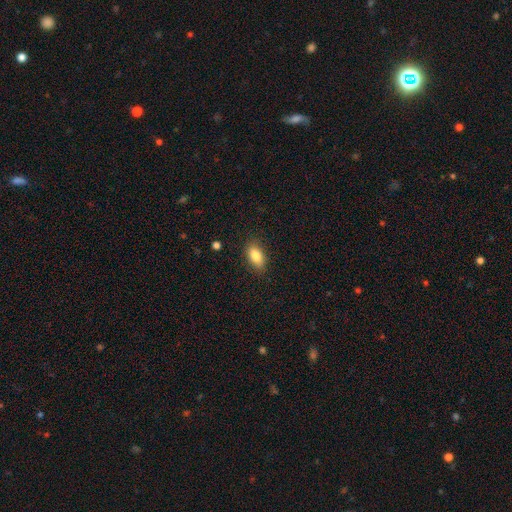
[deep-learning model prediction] The model was most divided on "merging": none: 85%, minor disturbance: 11%, major disturbance: 3%, merger: 1%. More confident: how rounded — in between (90%); smooth or featured — smooth (85%).